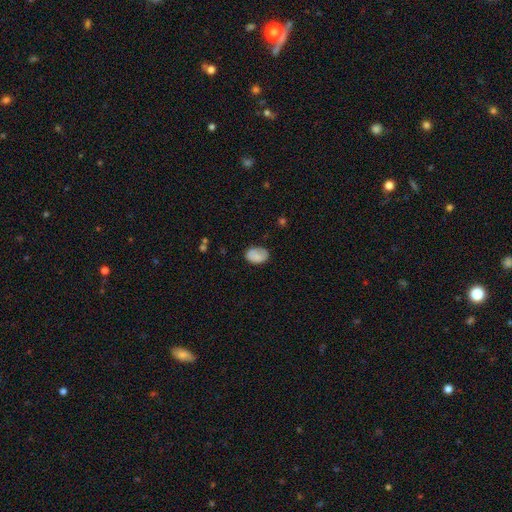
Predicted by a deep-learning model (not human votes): This is clearly a smooth galaxy (81%). How rounded: clearly in between (81%). Merging: likely none (72%).